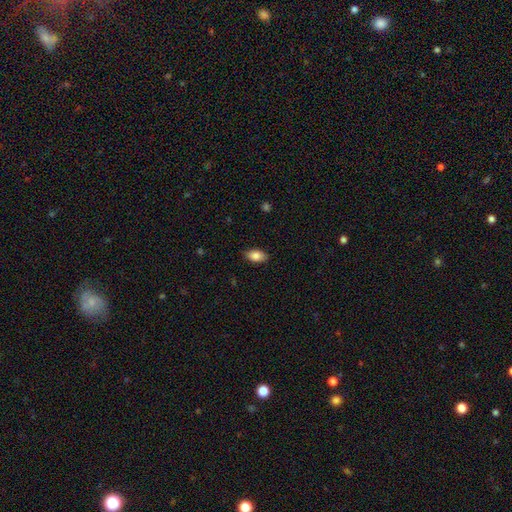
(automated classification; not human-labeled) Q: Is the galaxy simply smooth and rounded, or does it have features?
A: smooth — 86%.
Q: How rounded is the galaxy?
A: in between — 91%.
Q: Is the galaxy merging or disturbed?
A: none — 87%.